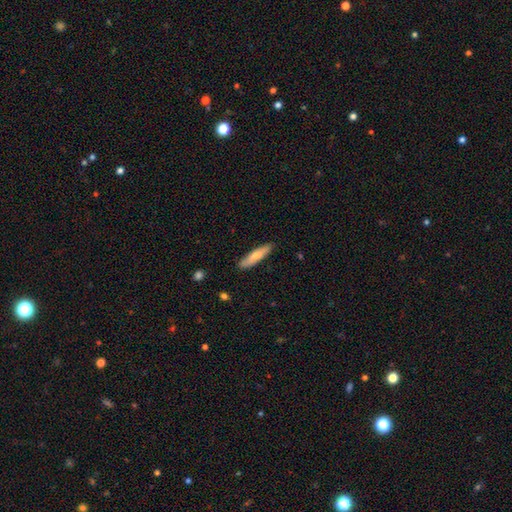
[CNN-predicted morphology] Smooth or featured? Predicted: smooth (p=0.74). How rounded? Predicted: cigar-shaped (p=0.77). Merging? Predicted: none (p=0.85).